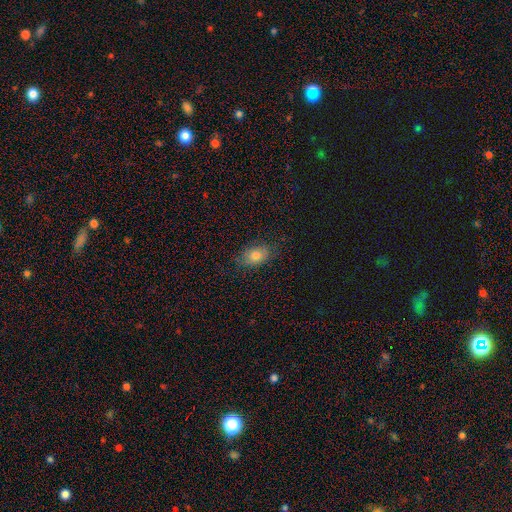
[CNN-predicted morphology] Q: Smooth or featured?
A: smooth (73%); runner-up: featured or disk (14%)
Q: How rounded?
A: in between (80%); runner-up: round (18%)
Q: Merging?
A: none (79%); runner-up: minor disturbance (16%)